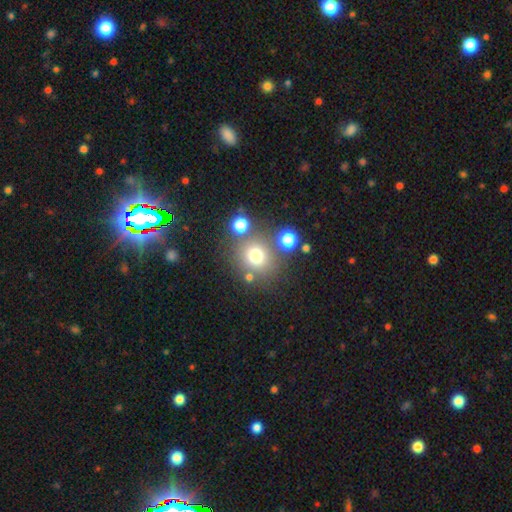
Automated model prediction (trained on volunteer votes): Smooth or featured? Predicted: smooth (p=0.71). How rounded? Predicted: round (p=0.88). Merging? Predicted: none (p=0.74).